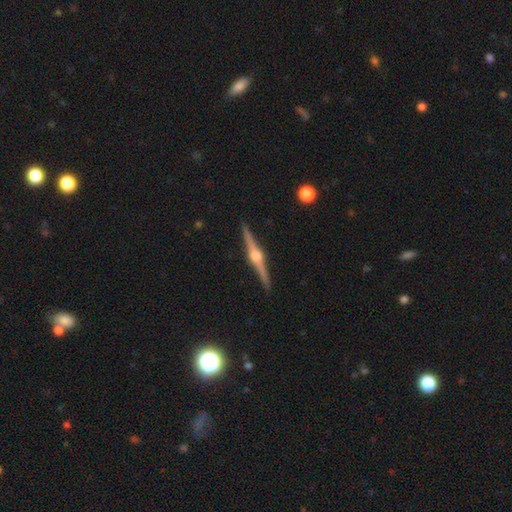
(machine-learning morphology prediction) type=featured or disk (88%); edge-on=yes (99%); edge-on bulge=rounded (93%); merging=none (93%).